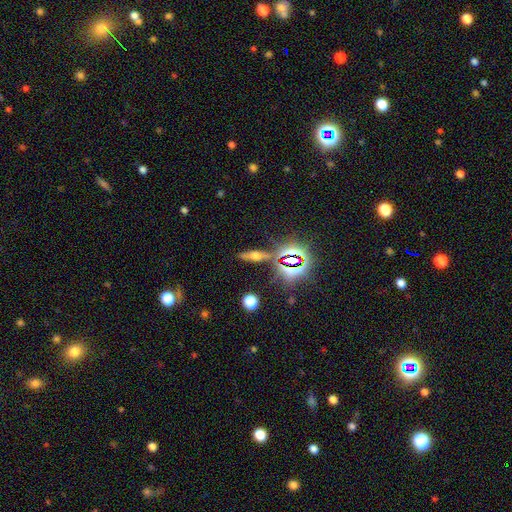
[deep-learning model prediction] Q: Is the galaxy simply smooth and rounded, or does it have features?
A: smooth — 40%.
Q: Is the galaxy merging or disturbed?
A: none — 75%.